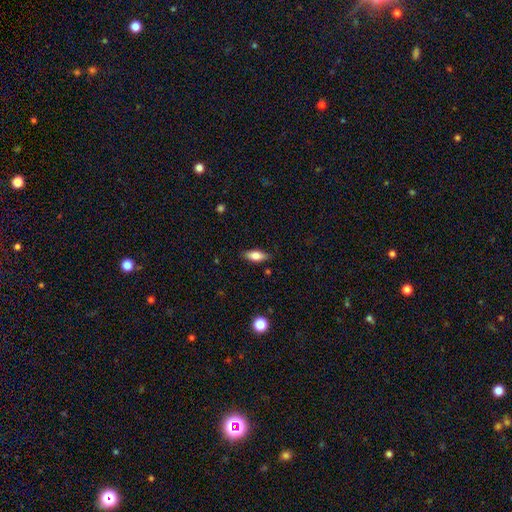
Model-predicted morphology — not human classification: Overall: smooth (75%). How rounded: in between (78%). Merging: none (85%).